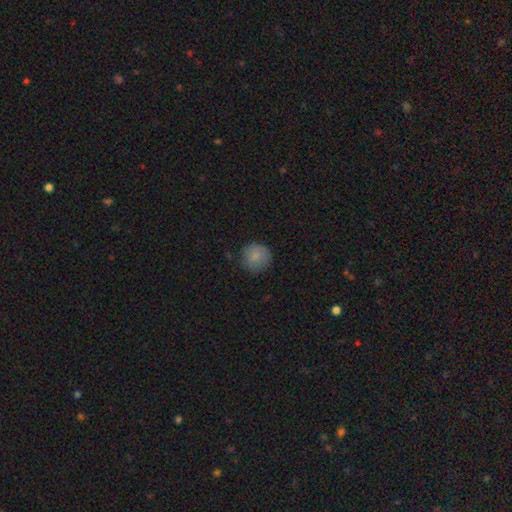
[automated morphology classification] smooth 84%, star or artifact 9%, featured or disk 7%. Down the decision tree: how rounded — round (94%); merging — none (82%).